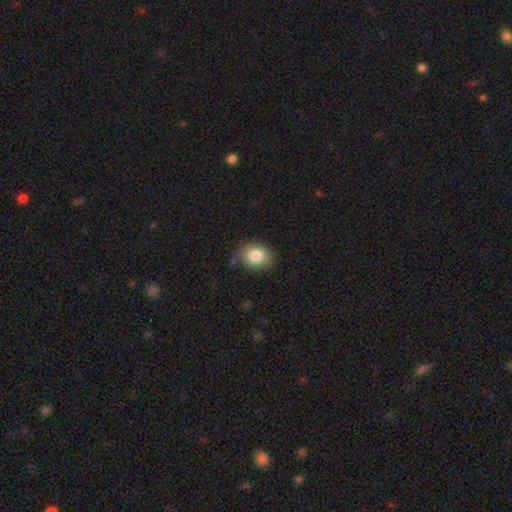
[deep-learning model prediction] smooth 84%, featured or disk 8%, star or artifact 8%. Down the decision tree: how rounded — in between (51%); merging — none (75%).